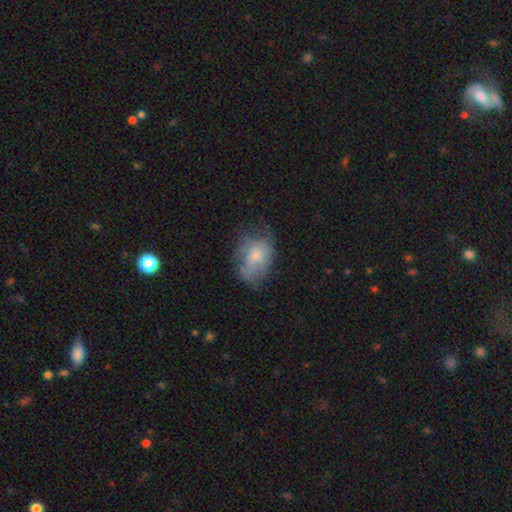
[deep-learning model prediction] smooth 57%, featured or disk 34%, star or artifact 9%. Down the decision tree: how rounded — in between (75%); merging — none (41%).